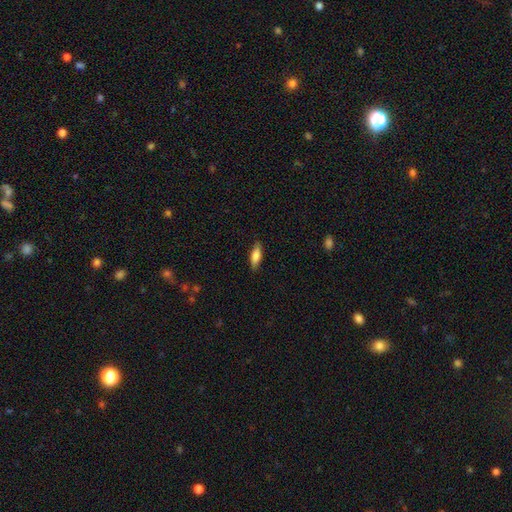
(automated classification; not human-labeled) A smooth galaxy with no disk features (79%) that is in between round and cigar-shaped (59%).

Vote fractions:
- Smooth or featured? smooth: 79% / featured or disk: 15% / star or artifact: 6%
- How rounded? in between: 59% / cigar-shaped: 39% / round: 2%
- Merging? none: 85% / minor disturbance: 11% / major disturbance: 2% / merger: 1%